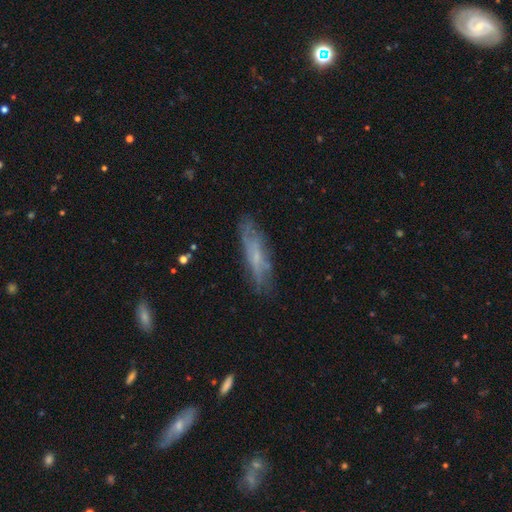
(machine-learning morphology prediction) Q: Smooth or featured?
A: featured or disk (47%); runner-up: smooth (45%)
Q: Merging?
A: none (75%); runner-up: minor disturbance (18%)